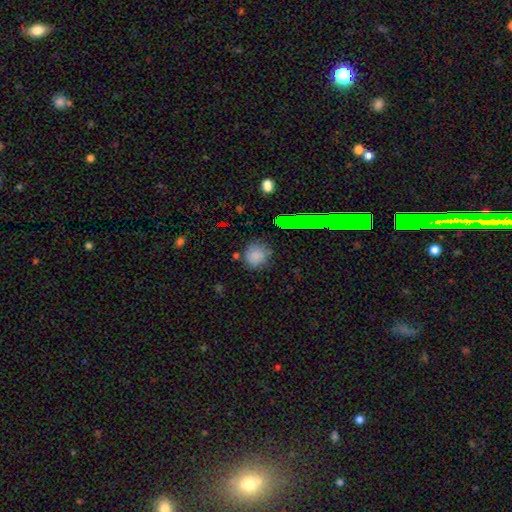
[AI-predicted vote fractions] A smooth galaxy with no disk features (76%) that is round (86%). Merging: none (75%).